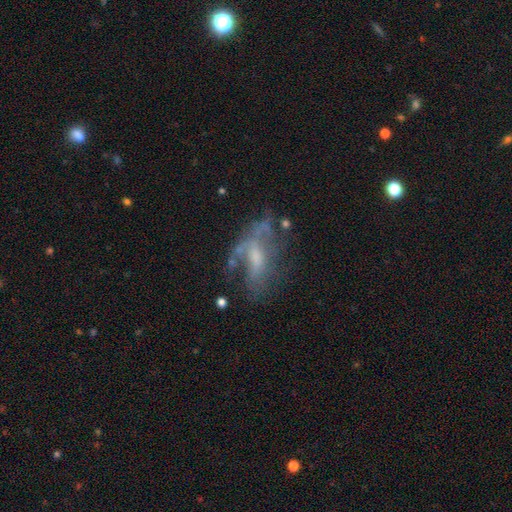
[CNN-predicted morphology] Smooth or featured? featured or disk (64%)
Edge-on disk? no (87%)
Bar? no (53%)
Spiral arms? no (53%)
Bulge size? moderate (38%)
Merging? none (38%)